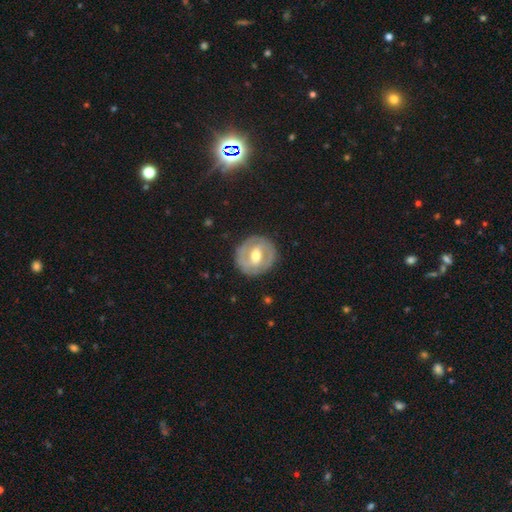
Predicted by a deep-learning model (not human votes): A featured or disk galaxy (68%) with a weak bar (47%), spiral arms (60%) and a moderate central bulge (76%).

Vote fractions:
- Smooth or featured? featured or disk: 68% / smooth: 27% / star or artifact: 5%
- Edge-on disk? no: 96% / yes: 4%
- Bar? weak: 47% / strong: 30% / no: 23%
- Spiral arms? yes: 60% / no: 40%
- Bulge size? moderate: 76% / small: 15% / large: 7% / none: 1% / dominant: 1%
- Merging? none: 85% / minor disturbance: 10% / major disturbance: 3% / merger: 1%